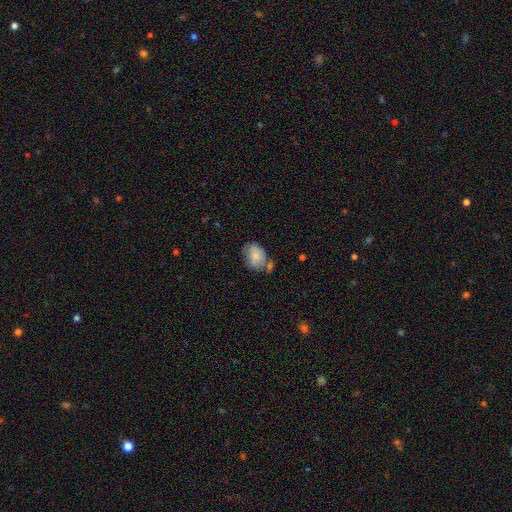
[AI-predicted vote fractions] Smooth or featured? Predicted: smooth (p=0.76). How rounded? Predicted: in between (p=0.73). Merging? Predicted: none (p=0.46).